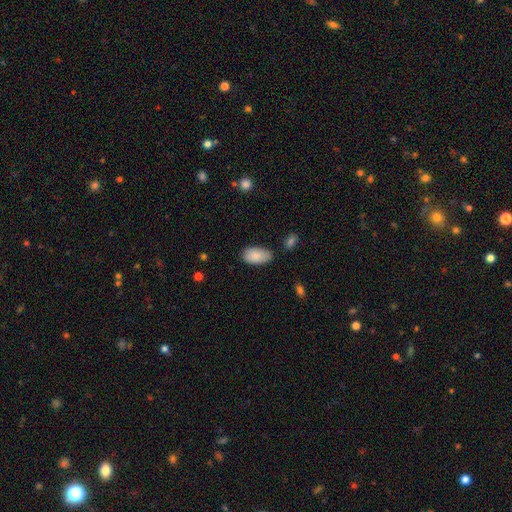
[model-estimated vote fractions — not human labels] Q: Smooth or featured?
A: smooth (86%); runner-up: featured or disk (8%)
Q: How rounded?
A: in between (95%); runner-up: round (3%)
Q: Merging?
A: none (75%); runner-up: minor disturbance (18%)